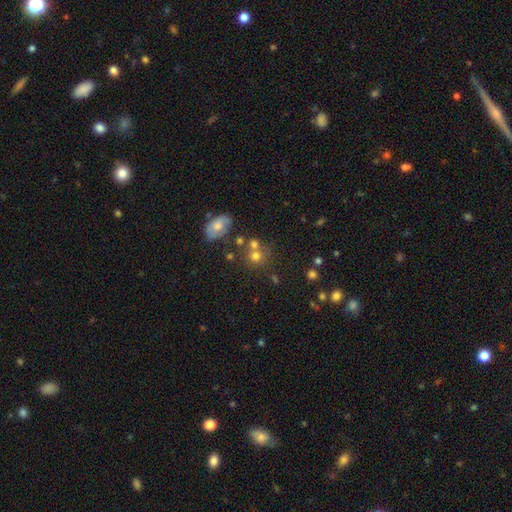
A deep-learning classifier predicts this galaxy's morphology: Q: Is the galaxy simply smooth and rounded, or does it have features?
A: smooth — 70%.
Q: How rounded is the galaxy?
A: round — 79%.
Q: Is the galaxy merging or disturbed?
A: none — 53%.